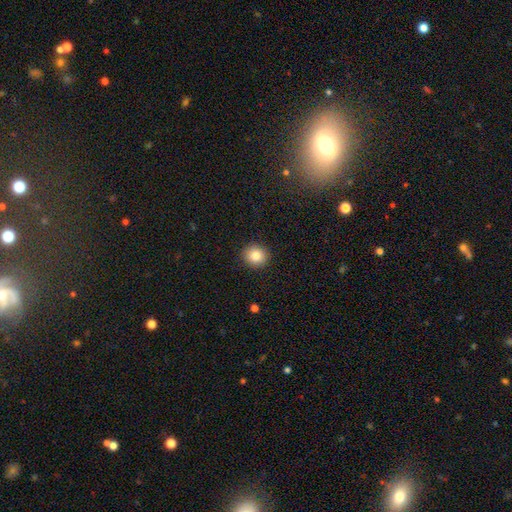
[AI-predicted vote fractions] Overall: smooth (83%). How rounded: round (86%). Merging: none (91%).